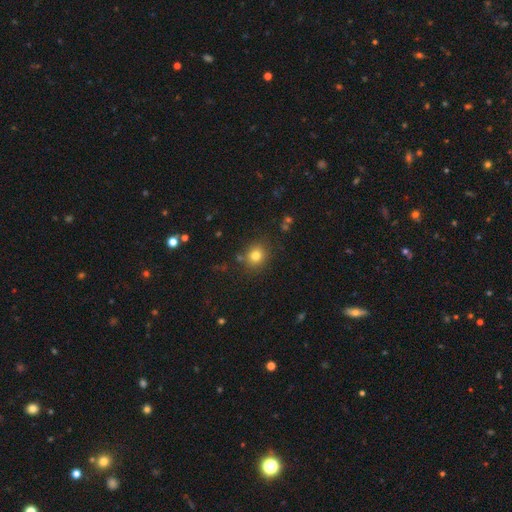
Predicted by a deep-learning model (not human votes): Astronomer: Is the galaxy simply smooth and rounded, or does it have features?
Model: smooth — 79%.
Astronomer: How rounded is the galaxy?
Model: round — 82%.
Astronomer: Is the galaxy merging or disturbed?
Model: none — 83%.